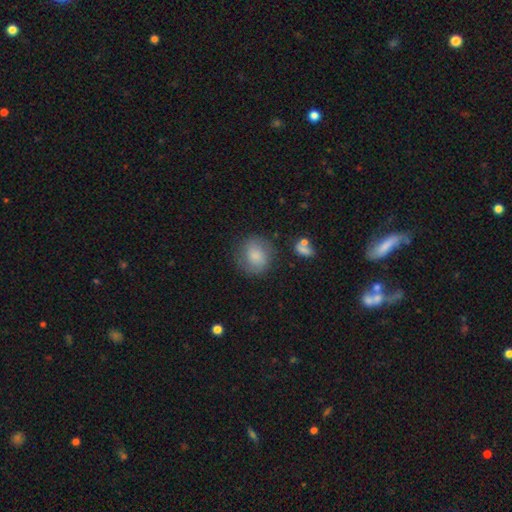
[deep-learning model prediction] This appears to be a smooth galaxy with no disk features (74%) that is round (79%). Merging: none (73%).